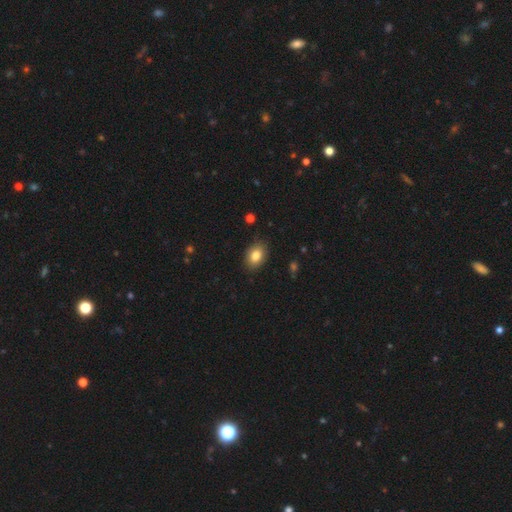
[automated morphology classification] A smooth galaxy with no disk features (83%) that is in between round and cigar-shaped (78%). Merging: none (86%).